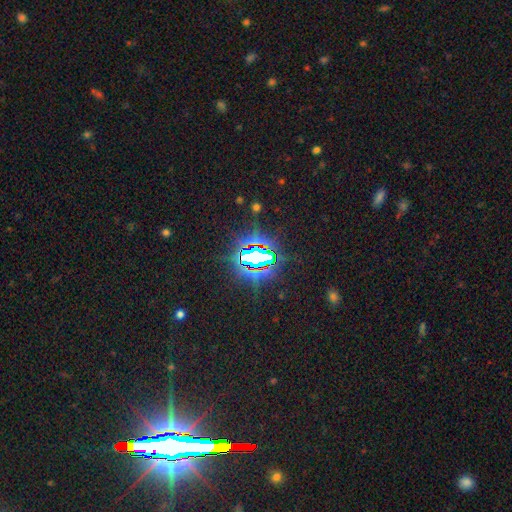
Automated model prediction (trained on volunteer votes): Smooth or featured? Predicted: star or artifact (p=0.78).